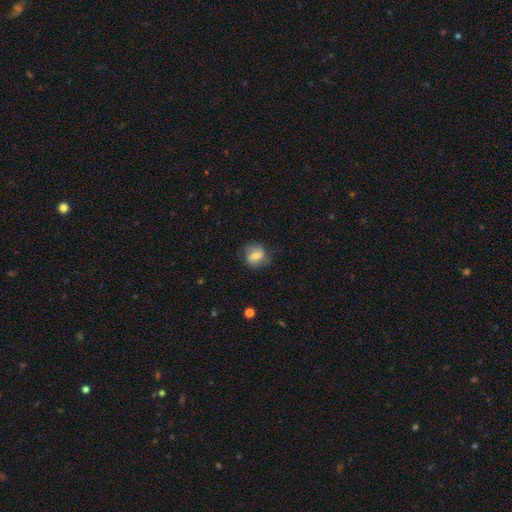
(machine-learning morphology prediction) Q: Smooth or featured?
A: smooth (58%); runner-up: featured or disk (34%)
Q: How rounded?
A: round (65%); runner-up: in between (34%)
Q: Merging?
A: none (67%); runner-up: minor disturbance (23%)